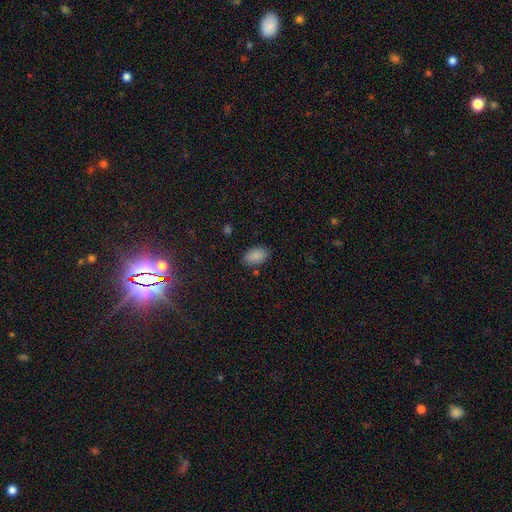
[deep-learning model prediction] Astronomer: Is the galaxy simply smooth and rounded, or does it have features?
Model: smooth — 88%.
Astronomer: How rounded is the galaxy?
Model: in between — 92%.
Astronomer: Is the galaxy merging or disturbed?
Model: none — 84%.